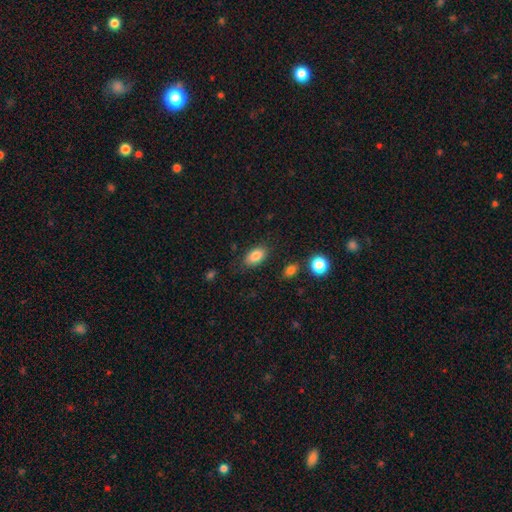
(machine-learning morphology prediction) This appears to be a smooth galaxy with no disk features (84%) that is in between round and cigar-shaped (91%). Merging: none (82%).